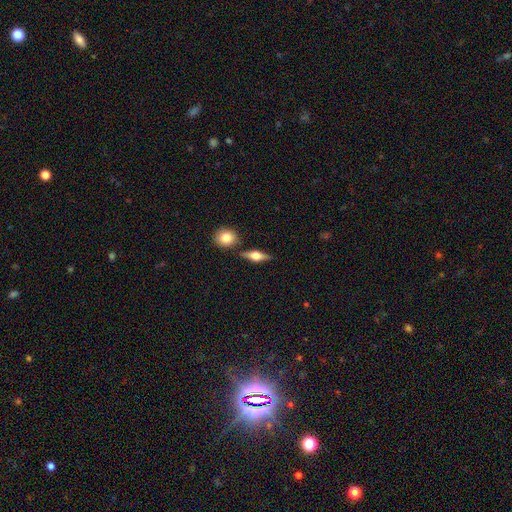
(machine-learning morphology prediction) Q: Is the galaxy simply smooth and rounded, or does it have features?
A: featured or disk — 54%.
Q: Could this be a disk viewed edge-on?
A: yes — 93%.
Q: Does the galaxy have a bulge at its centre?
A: rounded — 92%.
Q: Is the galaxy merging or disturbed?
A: none — 79%.